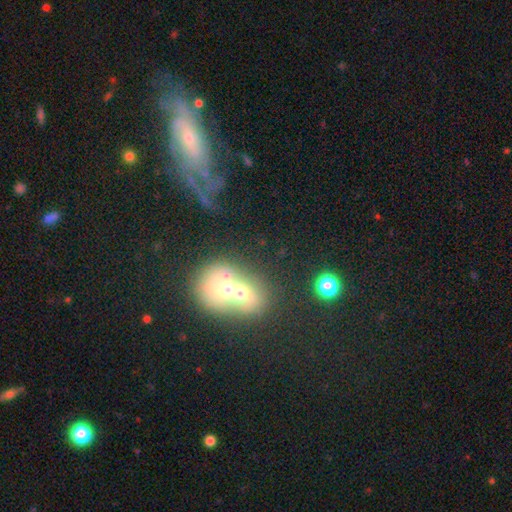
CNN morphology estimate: A smooth galaxy with no disk features (46%). Merging: merger (62%).